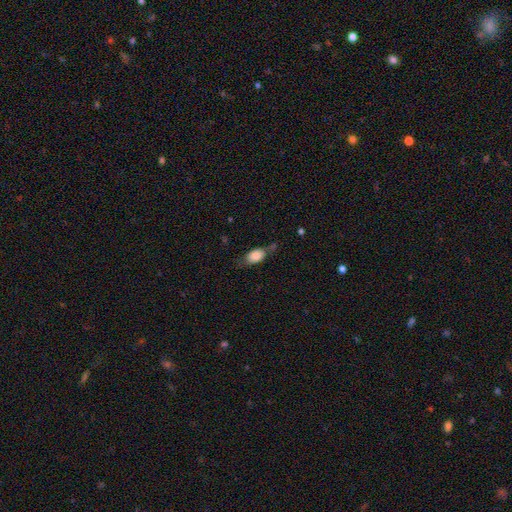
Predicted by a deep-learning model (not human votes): Overall: smooth (74%). How rounded: in between (84%). Merging: none (48%; minor disturbance 30%).